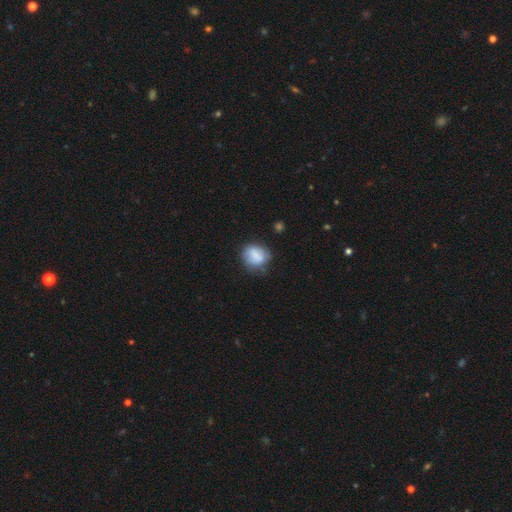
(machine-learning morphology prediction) type=smooth (71%); roundness=round (65%); merging=none (57%).